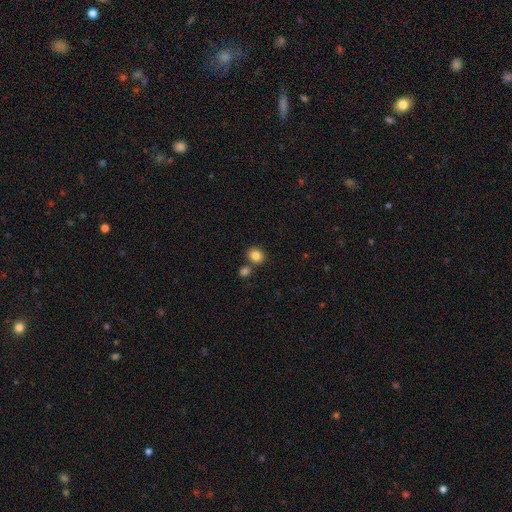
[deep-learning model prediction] Smooth or featured: smooth — 84% (star or artifact — 10%)
How rounded: round — 74% (in between — 25%)
Merging: none — 70% (merger — 18%)